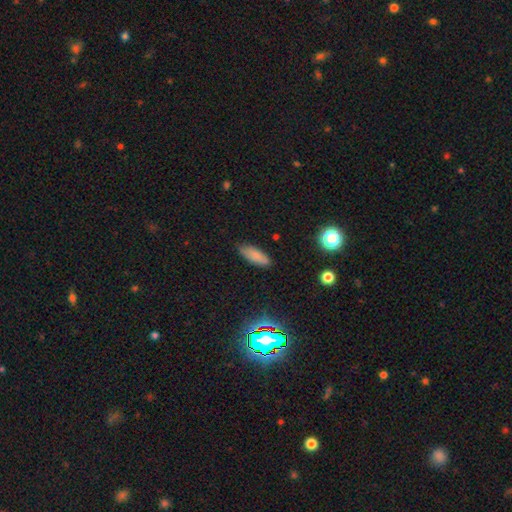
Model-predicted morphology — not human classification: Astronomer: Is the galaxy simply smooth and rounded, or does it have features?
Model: smooth — 82%.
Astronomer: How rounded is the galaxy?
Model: in between — 73%.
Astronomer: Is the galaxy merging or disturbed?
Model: none — 83%.